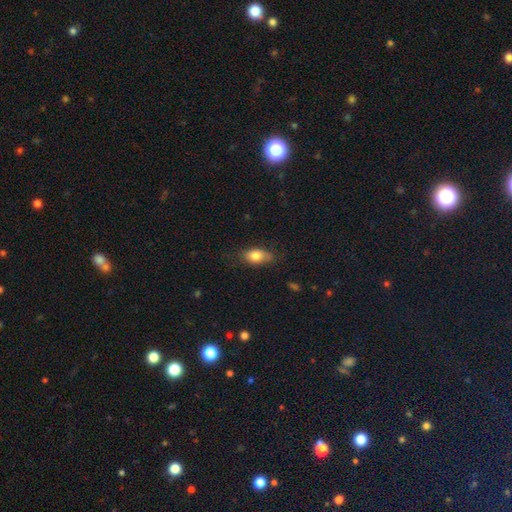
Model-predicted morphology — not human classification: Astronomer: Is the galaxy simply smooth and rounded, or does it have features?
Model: smooth — 81%.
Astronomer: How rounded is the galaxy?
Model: in between — 86%.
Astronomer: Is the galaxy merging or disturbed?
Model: none — 68%.